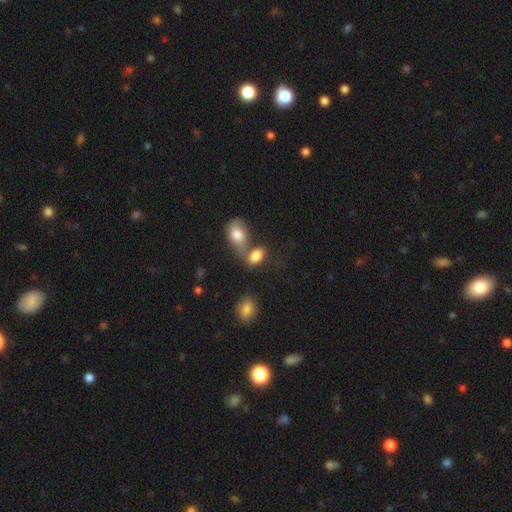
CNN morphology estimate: This appears to be a smooth galaxy with no disk features (82%) that is in between round and cigar-shaped (86%). Merging: merger (47%).